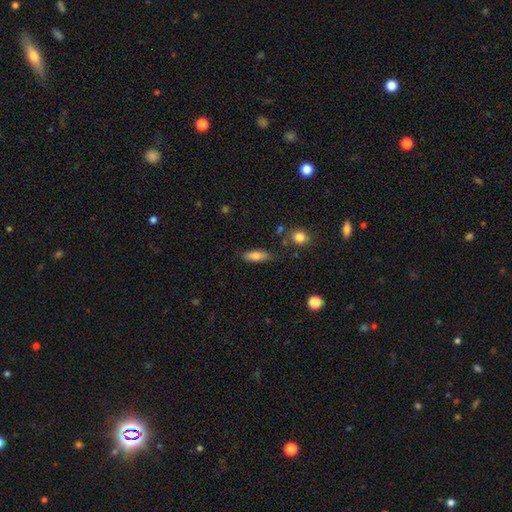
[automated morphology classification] smooth_or_featured: smooth (p=0.77) [alt: featured or disk p=0.15]
how_rounded: in between (p=0.65) [alt: cigar-shaped p=0.32]
merging: none (p=0.74) [alt: minor disturbance p=0.18]